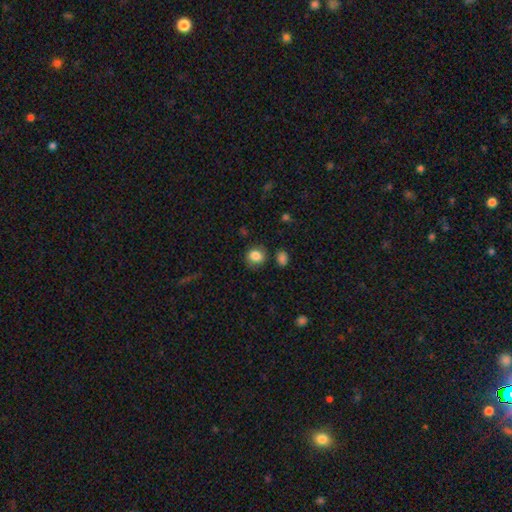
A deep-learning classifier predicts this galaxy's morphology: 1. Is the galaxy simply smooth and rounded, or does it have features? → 83% smooth, 10% star or artifact, 7% featured or disk.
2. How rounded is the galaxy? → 71% round, 28% in between, 1% cigar-shaped.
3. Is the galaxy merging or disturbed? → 77% none, 15% minor disturbance, 4% major disturbance, 4% merger.